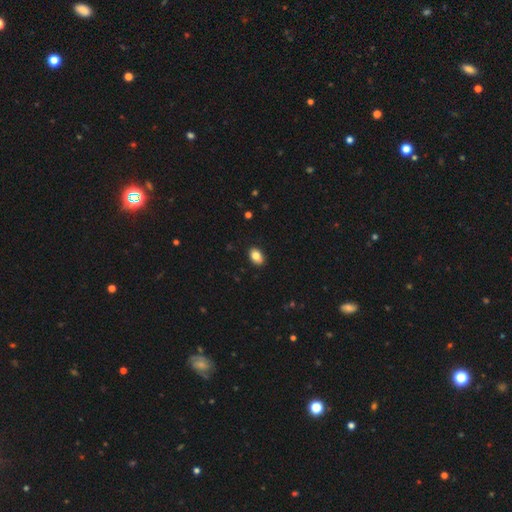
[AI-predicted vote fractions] Q: Smooth or featured?
A: smooth (84%); runner-up: star or artifact (8%)
Q: How rounded?
A: in between (85%); runner-up: round (14%)
Q: Merging?
A: none (87%); runner-up: minor disturbance (11%)